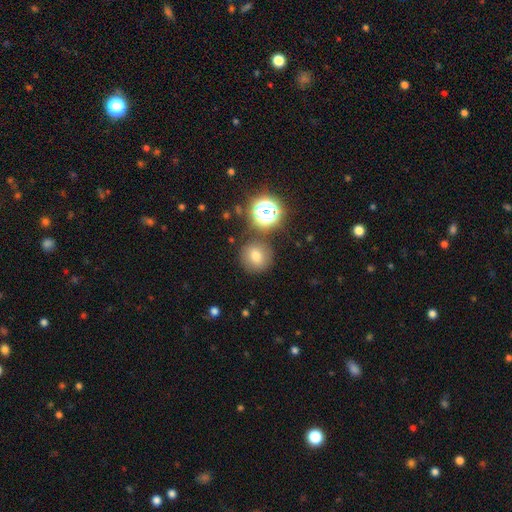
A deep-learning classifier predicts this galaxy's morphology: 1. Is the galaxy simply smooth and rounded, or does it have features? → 73% smooth, 16% star or artifact, 11% featured or disk.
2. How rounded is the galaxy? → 90% round, 9% in between, 1% cigar-shaped.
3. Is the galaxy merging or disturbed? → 80% none, 9% minor disturbance, 7% merger, 4% major disturbance.